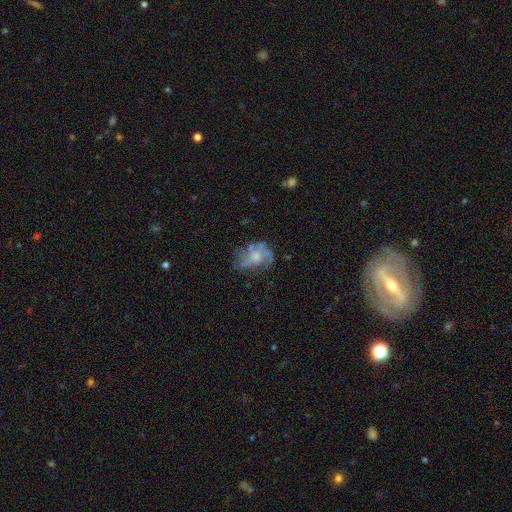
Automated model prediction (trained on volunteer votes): featured or disk 58%, smooth 32%, star or artifact 10%. Down the decision tree: edge-on disk — no (97%); bar — no (83%); spiral arms — no (60%); bulge size — moderate (39%); merging — none (41%).